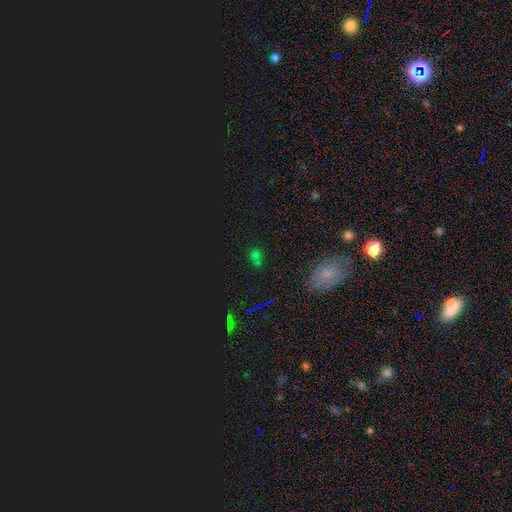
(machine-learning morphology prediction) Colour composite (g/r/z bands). It shows a star or artifact, not a galaxy (56%).